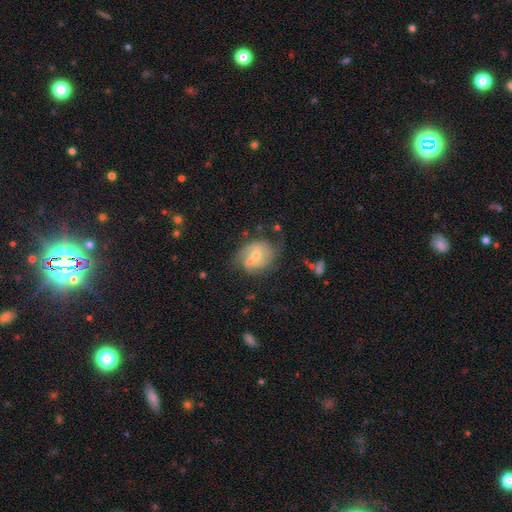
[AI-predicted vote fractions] Smooth or featured? Predicted: featured or disk (p=0.79). Edge-on disk? Predicted: no (p=0.97). Bar? Predicted: no (p=0.56). Spiral arms? Predicted: yes (p=0.92). Spiral winding? Predicted: tight (p=0.46). Spiral arm count? Predicted: 2 (p=0.52). Bulge size? Predicted: moderate (p=0.55). Merging? Predicted: none (p=0.66).